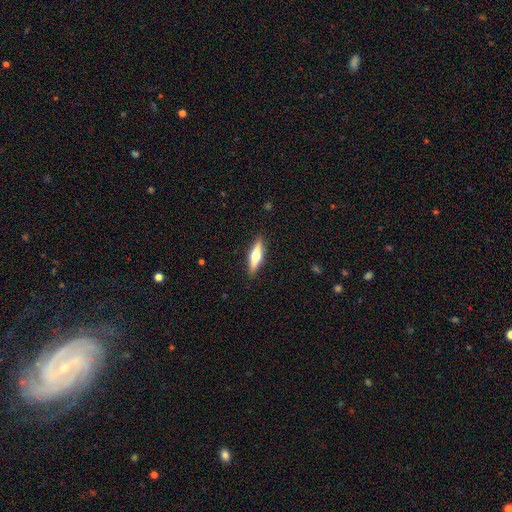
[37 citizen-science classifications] Smooth or featured: featured or disk — 57% (smooth — 38%)
Edge-on disk: yes — 100%
Edge-on bulge: rounded — 100%
Merging: none — 80% (minor disturbance — 11%)